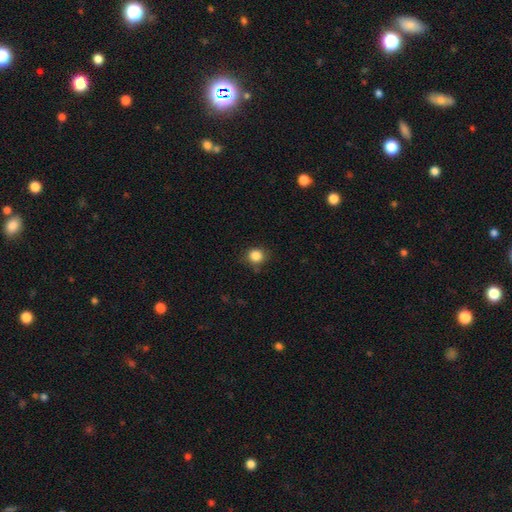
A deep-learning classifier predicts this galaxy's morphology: A smooth galaxy with no disk features (85%) that is round (84%).

Vote fractions:
- Smooth or featured? smooth: 85% / star or artifact: 11% / featured or disk: 4%
- How rounded? round: 84% / in between: 15% / cigar-shaped: 1%
- Merging? none: 79% / minor disturbance: 16% / major disturbance: 4% / merger: 2%